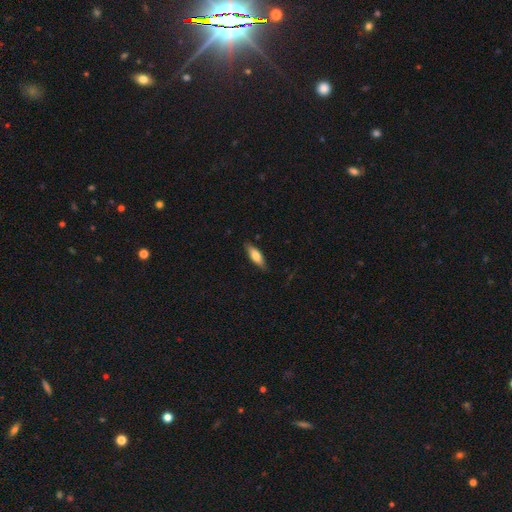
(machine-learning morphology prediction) Q: Smooth or featured?
A: smooth (67%); runner-up: featured or disk (27%)
Q: How rounded?
A: in between (55%); runner-up: cigar-shaped (43%)
Q: Merging?
A: none (82%); runner-up: minor disturbance (15%)